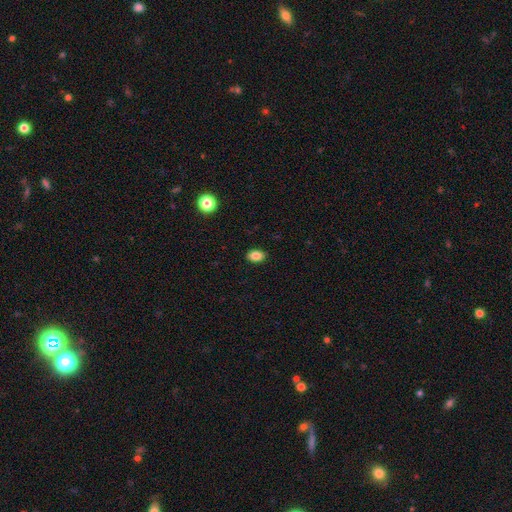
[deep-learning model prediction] smooth 86%, star or artifact 10%, featured or disk 5%. Down the decision tree: how rounded — in between (81%); merging — none (89%).